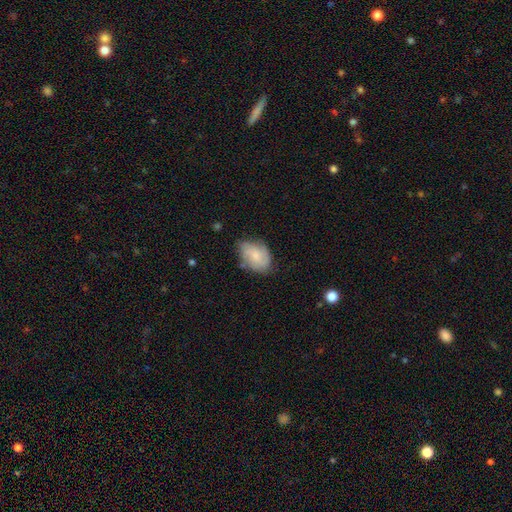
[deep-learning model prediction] Morphology: type=smooth (68%); roundness=in between (82%); merging=none (57%).